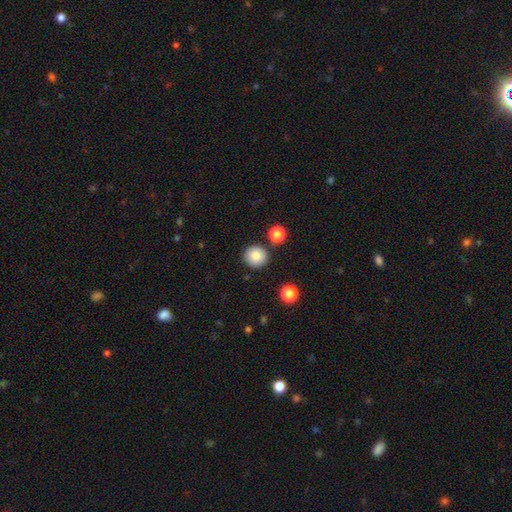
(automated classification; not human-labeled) This is clearly a smooth galaxy (82%). How rounded: clearly round (91%). Merging: clearly none (86%).